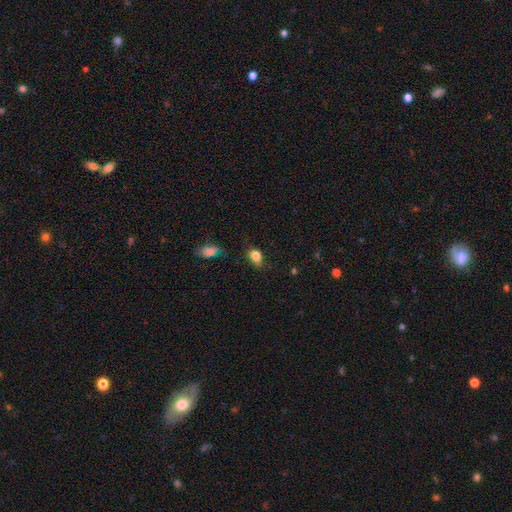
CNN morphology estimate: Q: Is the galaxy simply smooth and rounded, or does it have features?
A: smooth — 83%.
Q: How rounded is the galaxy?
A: in between — 71%.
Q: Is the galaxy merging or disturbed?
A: none — 65%.